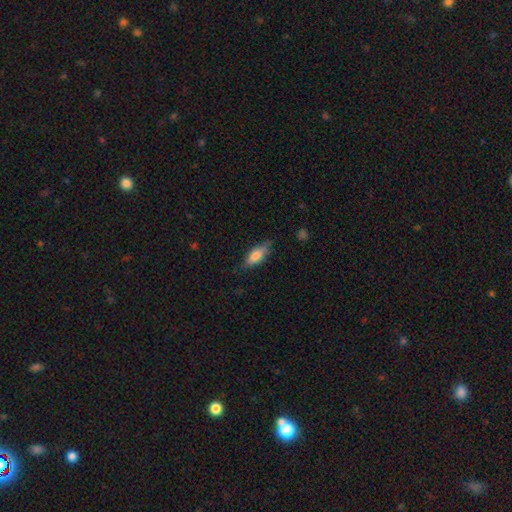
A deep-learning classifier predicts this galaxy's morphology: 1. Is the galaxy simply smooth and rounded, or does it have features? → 70% smooth, 23% featured or disk, 7% star or artifact.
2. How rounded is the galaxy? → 67% in between, 31% cigar-shaped, 2% round.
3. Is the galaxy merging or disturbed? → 71% none, 23% minor disturbance, 4% major disturbance, 1% merger.